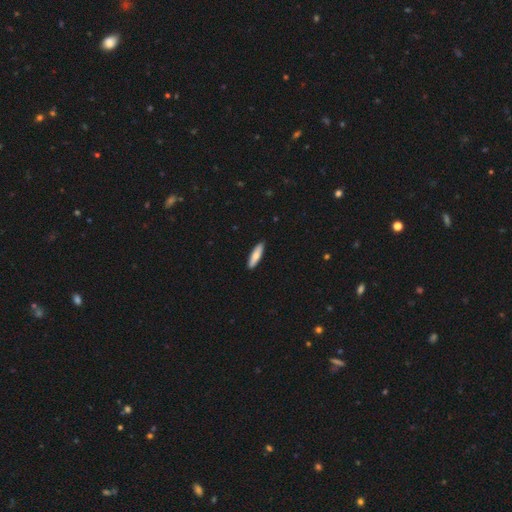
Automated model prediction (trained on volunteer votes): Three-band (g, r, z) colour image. It shows a smooth galaxy with no disk features (74%) that is cigar-shaped (72%). Merging: none (91%).